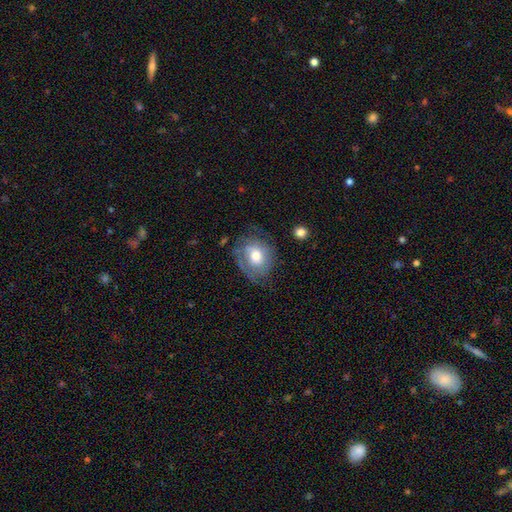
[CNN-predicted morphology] Overall: featured or disk (51%; smooth 42%). Edge-on disk: no (96%). Merging: none (60%; minor disturbance 24%).